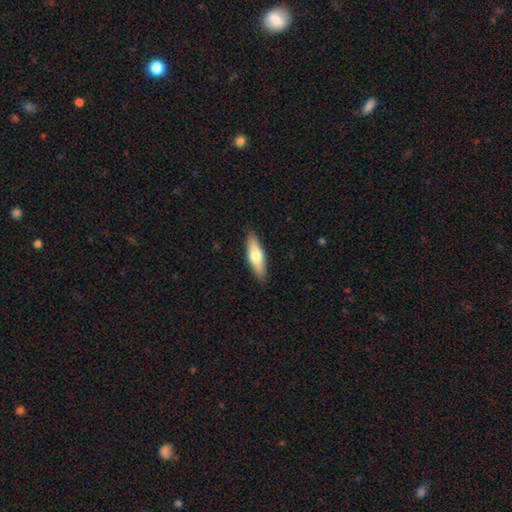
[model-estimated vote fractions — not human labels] Smooth or featured? smooth (64%)
How rounded? cigar-shaped (53%)
Merging? none (88%)